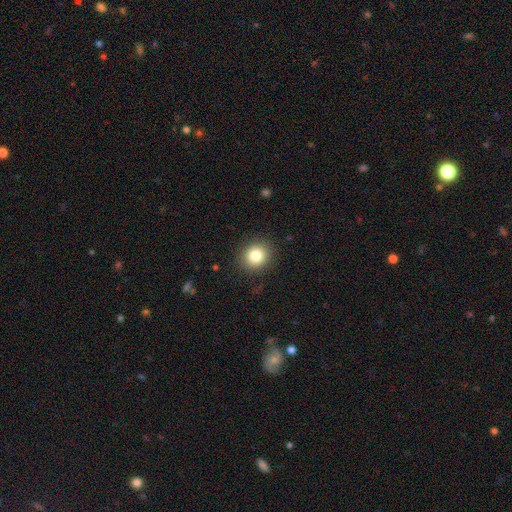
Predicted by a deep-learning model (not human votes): smooth_or_featured: smooth (p=0.83) [alt: star or artifact p=0.11]
how_rounded: round (p=0.79) [alt: in between p=0.20]
merging: none (p=0.89) [alt: minor disturbance p=0.08]